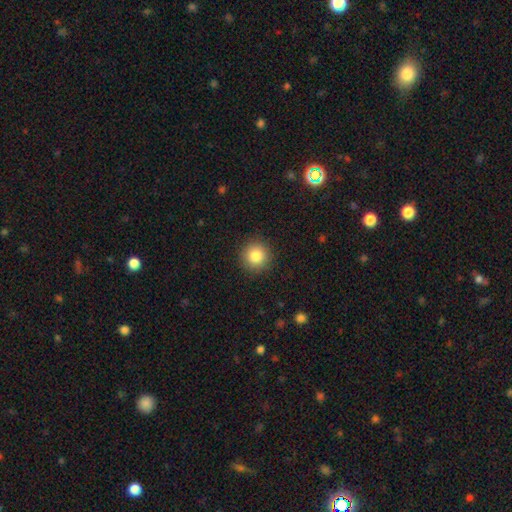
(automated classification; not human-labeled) The model was most divided on "smooth or featured": smooth: 84%, star or artifact: 10%, featured or disk: 6%. More confident: how rounded — round (94%); merging — none (91%).